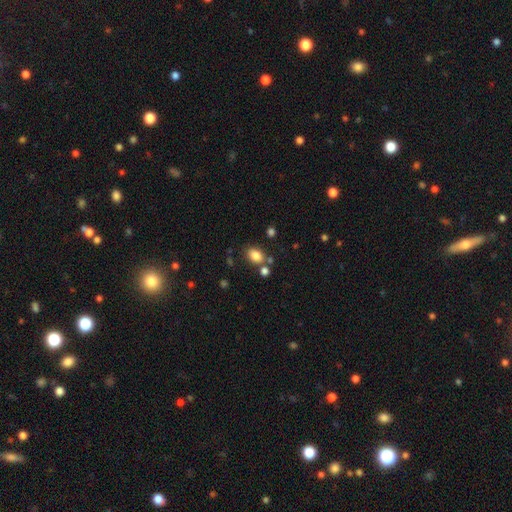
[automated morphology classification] The model was most divided on "how rounded": in between: 71%, round: 28%, cigar-shaped: 1%. More confident: smooth or featured — smooth (83%); merging — none (71%).